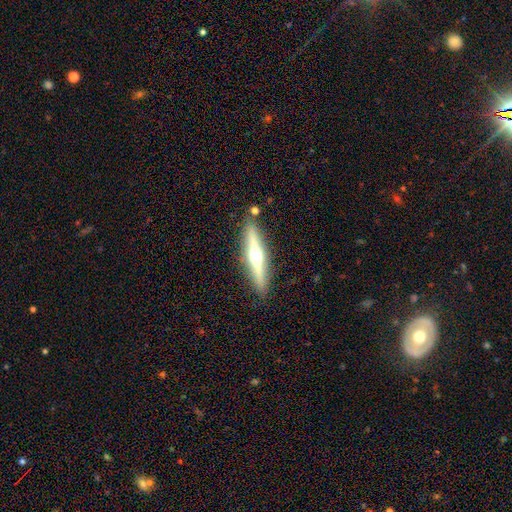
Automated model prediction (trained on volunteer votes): The model was most divided on "smooth or featured": featured or disk: 69%, smooth: 25%, star or artifact: 6%. More confident: edge-on disk — yes (95%); edge-on bulge — rounded (95%); merging — none (87%).